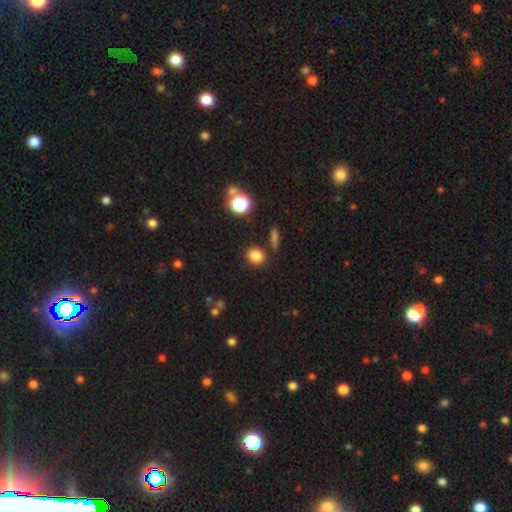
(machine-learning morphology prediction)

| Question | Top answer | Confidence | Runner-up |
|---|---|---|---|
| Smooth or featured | smooth | 82% | star or artifact (13%) |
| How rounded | round | 56% | in between (42%) |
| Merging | none | 81% | minor disturbance (10%) |